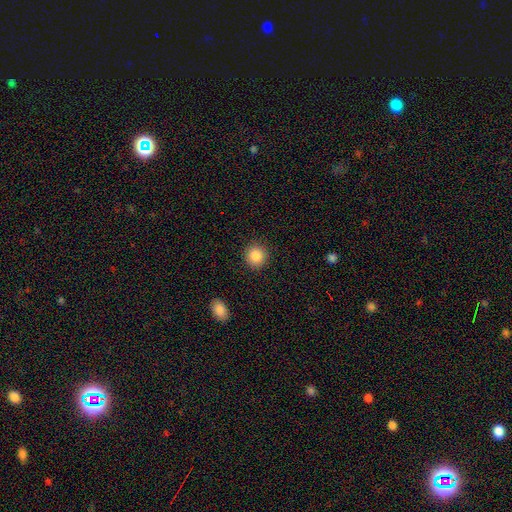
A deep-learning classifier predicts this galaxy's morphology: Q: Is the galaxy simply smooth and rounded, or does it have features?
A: smooth — 87%.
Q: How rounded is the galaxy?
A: round — 90%.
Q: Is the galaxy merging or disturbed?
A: none — 91%.